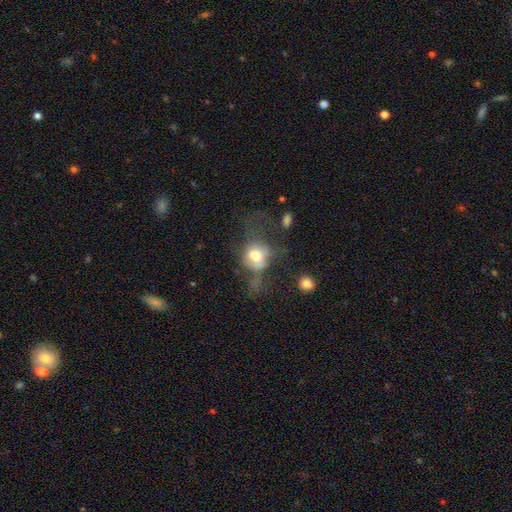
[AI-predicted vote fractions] The model was most divided on "how rounded": round: 54%, in between: 44%, cigar-shaped: 2%. Remaining: smooth or featured — smooth (61%); merging — major disturbance (44%).